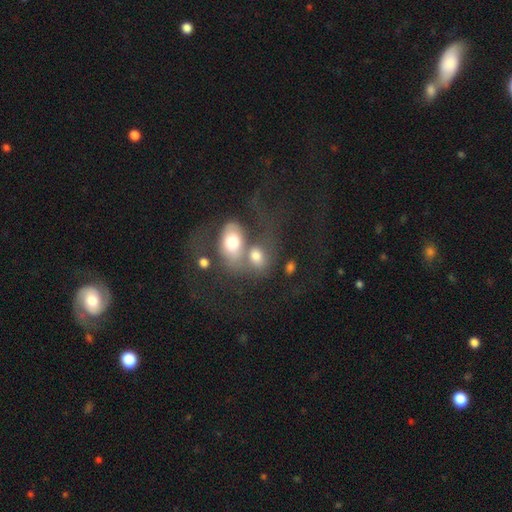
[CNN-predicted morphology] A smooth galaxy with no disk features (66%) that is in between round and cigar-shaped (73%). Merging: merger (58%).